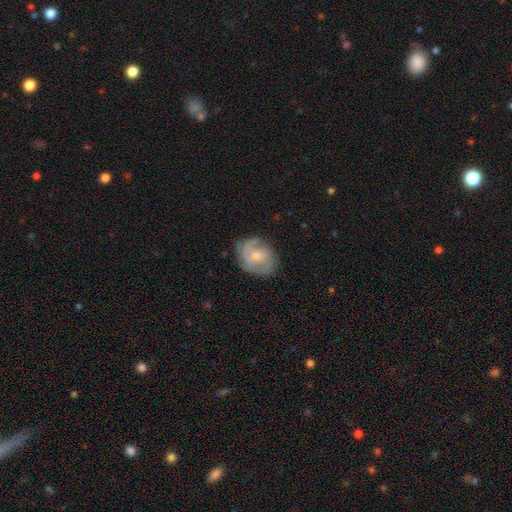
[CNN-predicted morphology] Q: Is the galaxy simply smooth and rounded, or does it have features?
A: featured or disk — 61%.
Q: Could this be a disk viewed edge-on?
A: no — 97%.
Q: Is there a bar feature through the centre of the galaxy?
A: no — 69%.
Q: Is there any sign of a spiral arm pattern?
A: yes — 79%.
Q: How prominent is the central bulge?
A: small — 52%.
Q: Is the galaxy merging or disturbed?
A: none — 68%.